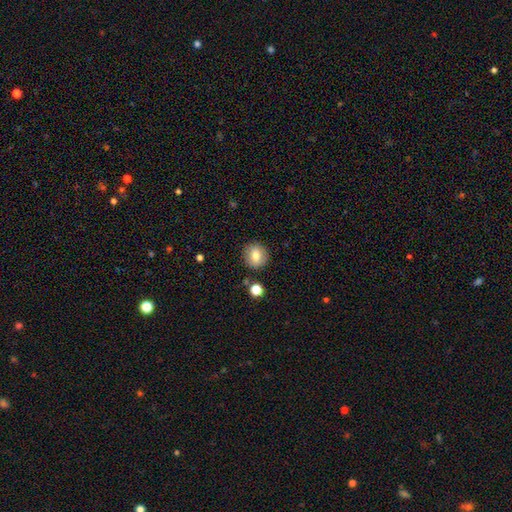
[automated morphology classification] A smooth galaxy with no disk features (77%) that is round (89%).

Vote fractions:
- Smooth or featured? smooth: 77% / featured or disk: 13% / star or artifact: 10%
- How rounded? round: 89% / in between: 10% / cigar-shaped: 1%
- Merging? none: 87% / minor disturbance: 8% / merger: 3% / major disturbance: 2%